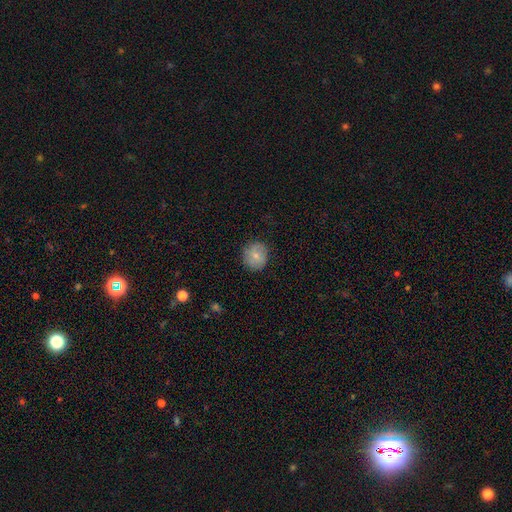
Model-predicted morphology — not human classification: A smooth galaxy with no disk features (74%) that is round (84%).

Vote fractions:
- Smooth or featured? smooth: 74% / featured or disk: 18% / star or artifact: 8%
- How rounded? round: 84% / in between: 15% / cigar-shaped: 1%
- Merging? none: 82% / minor disturbance: 14% / major disturbance: 3% / merger: 1%